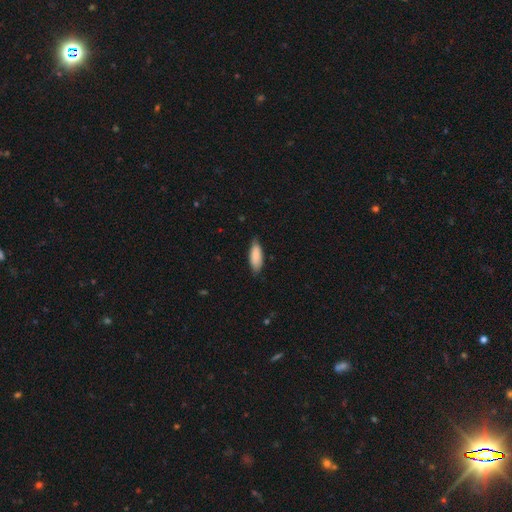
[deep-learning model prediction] Smooth or featured? smooth (87%)
How rounded? in between (72%)
Merging? none (77%)